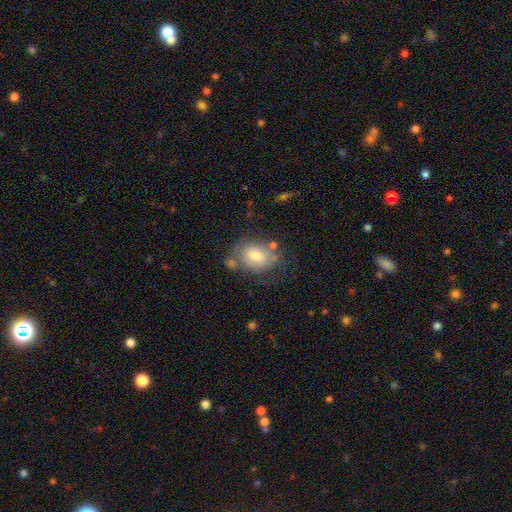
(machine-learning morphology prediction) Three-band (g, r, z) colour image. It shows a smooth galaxy with no disk features (63%) that is in between round and cigar-shaped (74%). Merging: none (53%).